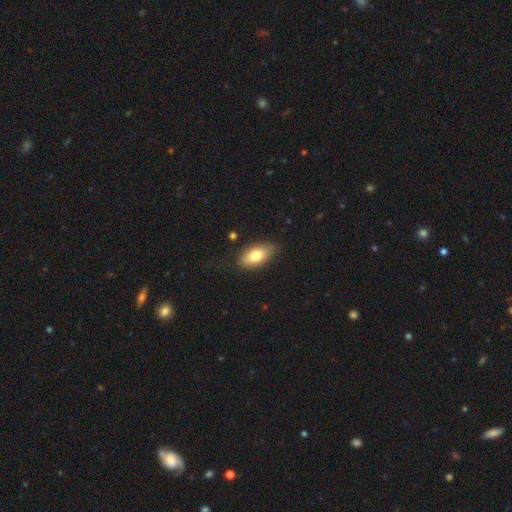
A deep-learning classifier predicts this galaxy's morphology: Smooth or featured?
  - smooth: 75% *
  - featured or disk: 18%
  - star or artifact: 7%
How rounded?
  - in between: 89% *
  - cigar-shaped: 6%
  - round: 5%
Merging?
  - none: 83% *
  - minor disturbance: 13%
  - major disturbance: 3%
  - merger: 1%